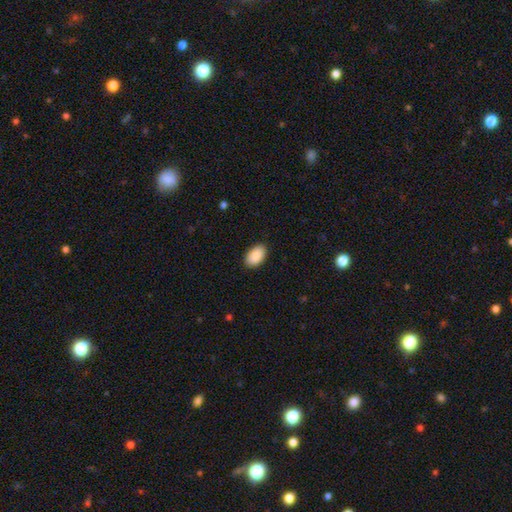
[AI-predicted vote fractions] smooth_or_featured: smooth (p=0.90) [alt: star or artifact p=0.06]
how_rounded: in between (p=0.95) [alt: round p=0.04]
merging: none (p=0.89) [alt: minor disturbance p=0.08]